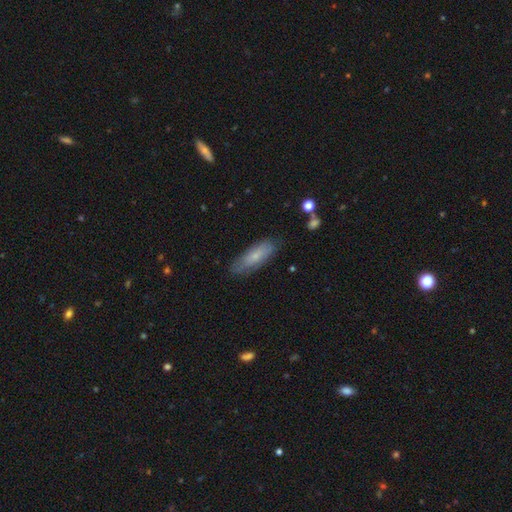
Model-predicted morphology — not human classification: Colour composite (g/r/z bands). It shows a smooth galaxy with no disk features (67%) that is in between round and cigar-shaped (56%). Merging: none (78%).